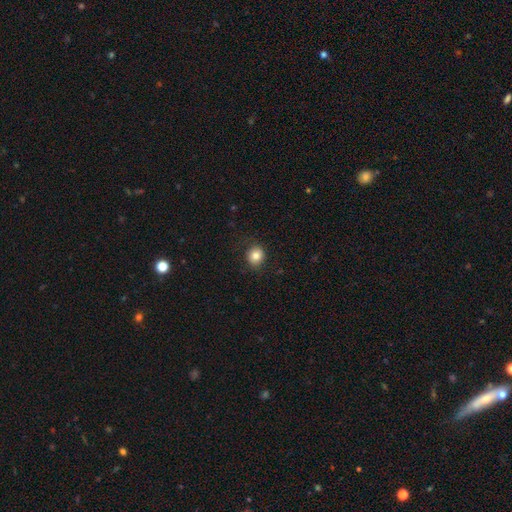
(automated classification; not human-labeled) Morphology: type=smooth (82%); roundness=round (75%); merging=none (85%).